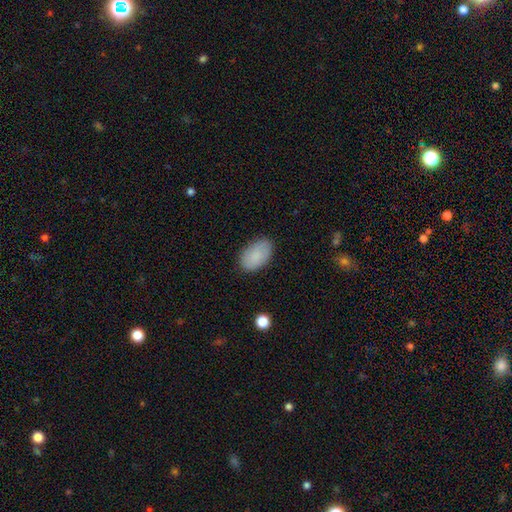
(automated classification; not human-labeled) smooth-or-featured: smooth: 86% | featured or disk: 7% | star or artifact: 6%
  how-rounded: in between: 93% | round: 6% | cigar-shaped: 1%
  merging: none: 84% | minor disturbance: 12% | major disturbance: 3% | merger: 1%